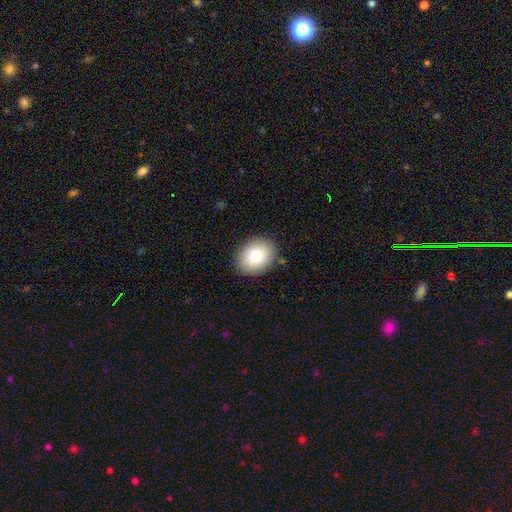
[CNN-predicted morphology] Smooth or featured?
  - smooth: 81% *
  - featured or disk: 11%
  - star or artifact: 8%
How rounded?
  - in between: 56% *
  - round: 44%
  - cigar-shaped: 1%
Merging?
  - none: 88% *
  - minor disturbance: 9%
  - major disturbance: 2%
  - merger: 1%